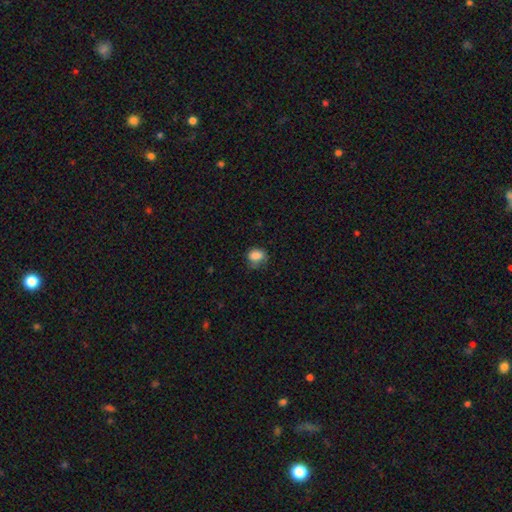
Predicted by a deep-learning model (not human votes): Overall: smooth (84%). How rounded: in between (57%; round 42%). Merging: none (59%; minor disturbance 29%).